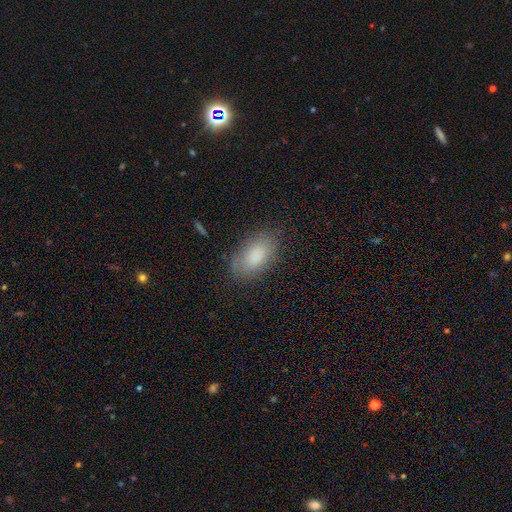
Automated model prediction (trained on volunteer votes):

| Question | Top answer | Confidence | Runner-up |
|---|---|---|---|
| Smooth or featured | smooth | 84% | featured or disk (9%) |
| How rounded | in between | 93% | round (4%) |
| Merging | none | 78% | minor disturbance (16%) |